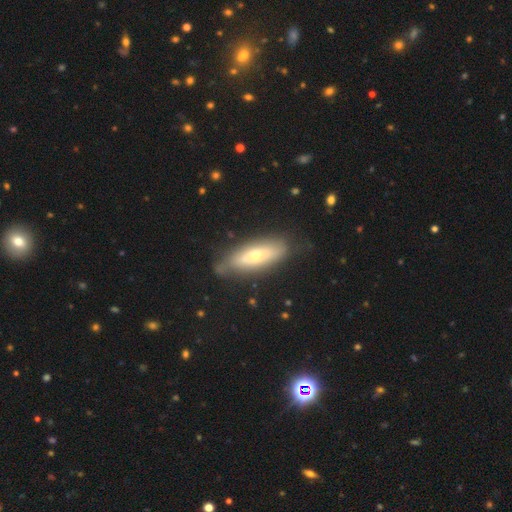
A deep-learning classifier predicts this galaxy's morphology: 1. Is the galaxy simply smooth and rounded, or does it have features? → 49% smooth, 45% featured or disk, 6% star or artifact.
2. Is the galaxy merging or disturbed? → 74% none, 19% minor disturbance, 5% major disturbance, 2% merger.